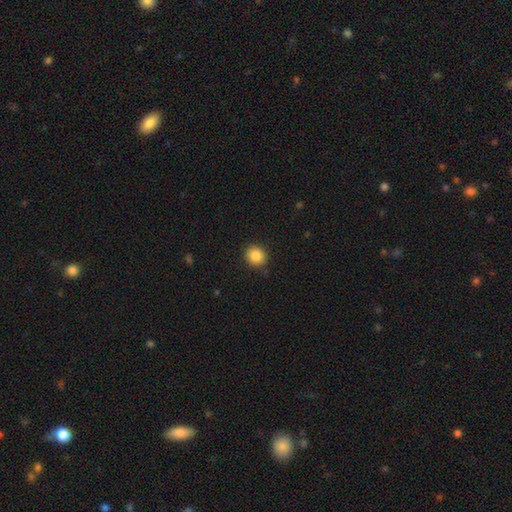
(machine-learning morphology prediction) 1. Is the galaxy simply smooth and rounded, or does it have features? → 86% smooth, 9% star or artifact, 5% featured or disk.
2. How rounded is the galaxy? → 74% round, 25% in between, 1% cigar-shaped.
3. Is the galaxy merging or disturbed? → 88% none, 8% minor disturbance, 2% major disturbance, 1% merger.